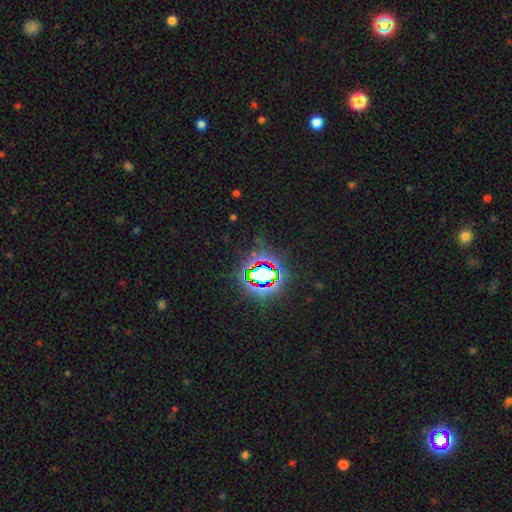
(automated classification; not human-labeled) A star or artifact, not a galaxy (80%).